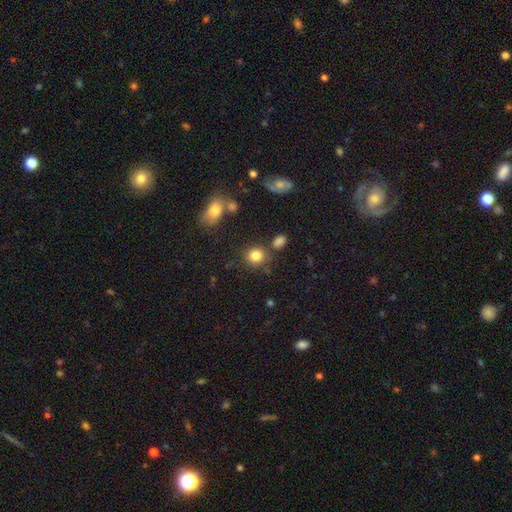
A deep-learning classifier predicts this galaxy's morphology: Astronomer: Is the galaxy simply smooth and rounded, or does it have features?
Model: smooth — 83%.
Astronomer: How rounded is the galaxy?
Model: round — 82%.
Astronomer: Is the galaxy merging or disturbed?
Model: none — 76%.